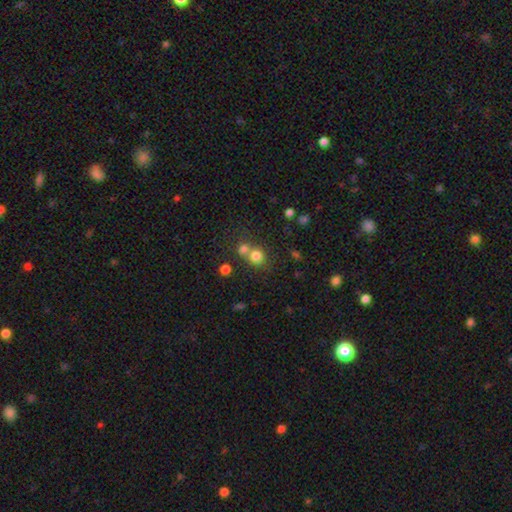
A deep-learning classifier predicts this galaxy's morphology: A smooth galaxy with no disk features (76%) that is round (80%). Merging: merger (46%).